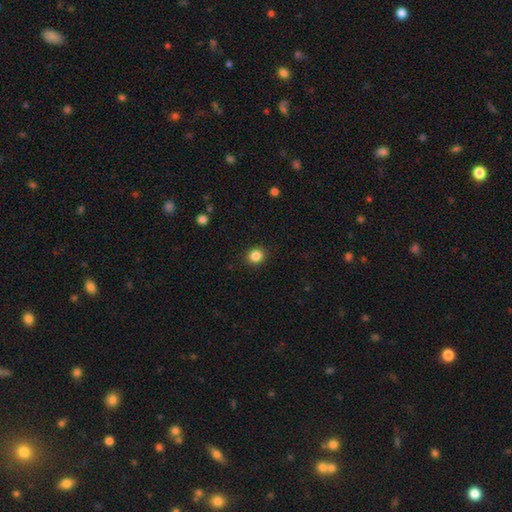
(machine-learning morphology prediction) smooth_or_featured: smooth (p=0.85) [alt: star or artifact p=0.11]
how_rounded: round (p=0.84) [alt: in between p=0.16]
merging: none (p=0.91) [alt: minor disturbance p=0.06]